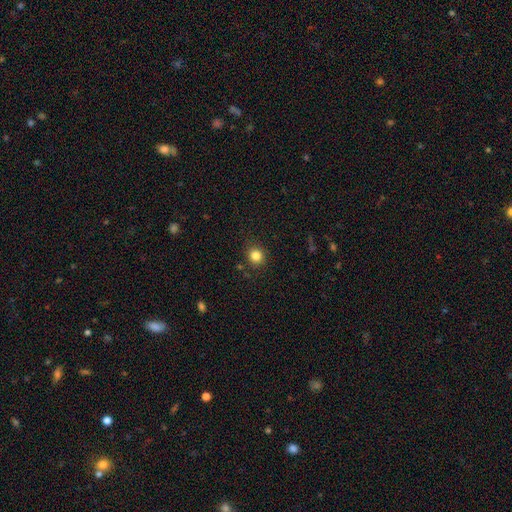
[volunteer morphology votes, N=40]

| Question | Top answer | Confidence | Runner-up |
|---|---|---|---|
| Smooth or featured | smooth | 85% | star or artifact (10%) |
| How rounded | round | 85% | in between (15%) |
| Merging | none | 83% | minor disturbance (11%) |